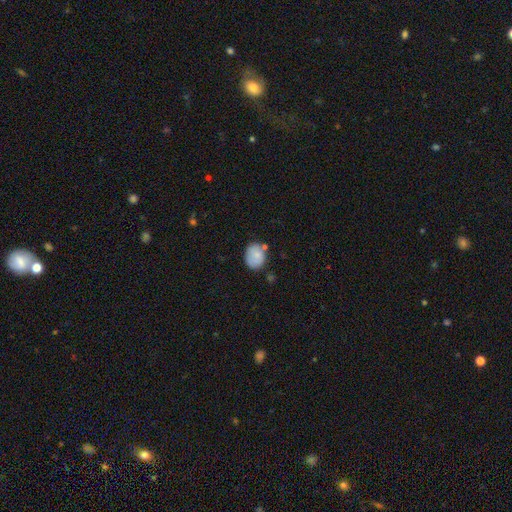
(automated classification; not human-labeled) smooth 81%, featured or disk 11%, star or artifact 8%. Down the decision tree: how rounded — in between (50%); merging — none (64%).